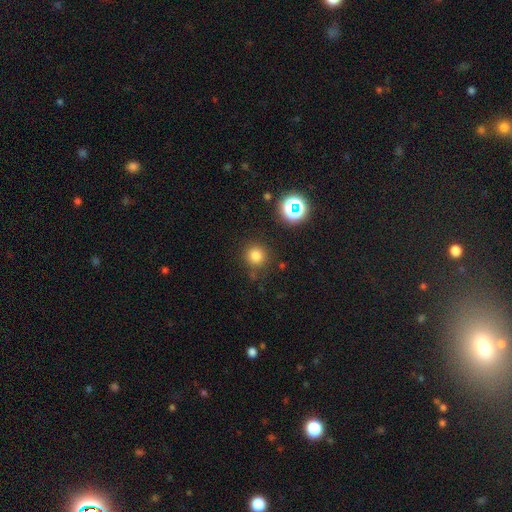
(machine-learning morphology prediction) A smooth galaxy with no disk features (77%) that is round (94%).

Vote fractions:
- Smooth or featured? smooth: 77% / star or artifact: 17% / featured or disk: 6%
- How rounded? round: 94% / in between: 6% / cigar-shaped: 1%
- Merging? none: 85% / minor disturbance: 8% / major disturbance: 3% / merger: 3%